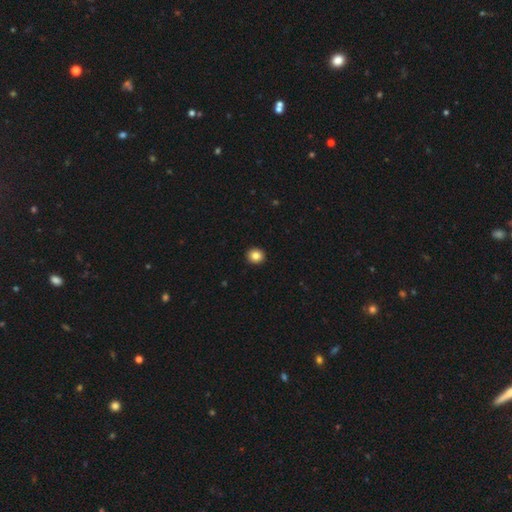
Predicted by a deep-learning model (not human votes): This appears to be a smooth galaxy with no disk features (84%) that is round (89%). Merging: none (93%).